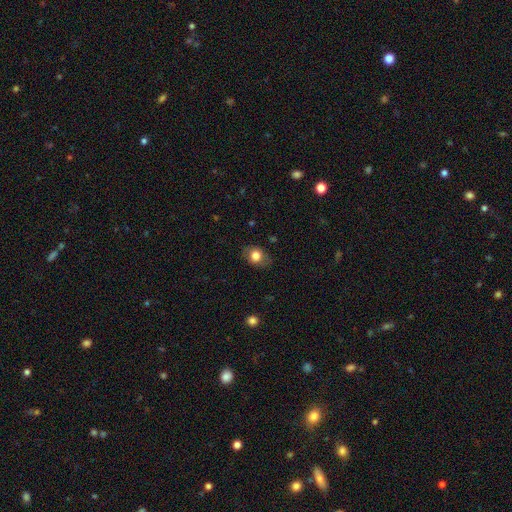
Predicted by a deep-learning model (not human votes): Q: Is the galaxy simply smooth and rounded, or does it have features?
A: smooth — 77%.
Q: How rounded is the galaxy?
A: in between — 53%.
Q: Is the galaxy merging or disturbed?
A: none — 78%.